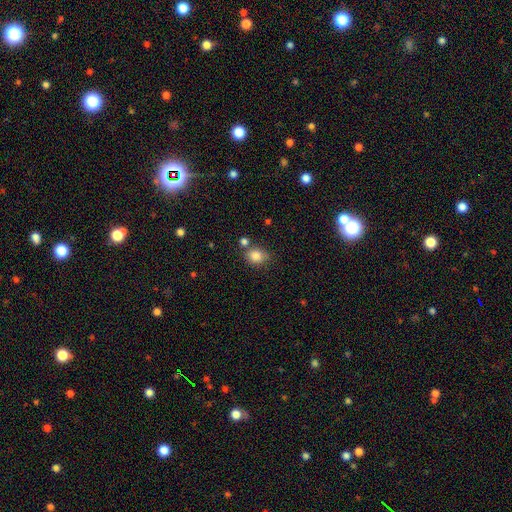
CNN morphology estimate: smooth-or-featured: smooth: 83% | star or artifact: 11% | featured or disk: 6%
  how-rounded: round: 62% | in between: 37% | cigar-shaped: 1%
  merging: none: 64% | minor disturbance: 16% | merger: 14% | major disturbance: 5%